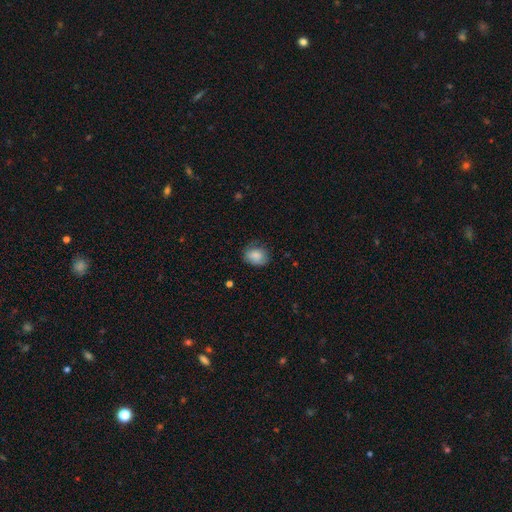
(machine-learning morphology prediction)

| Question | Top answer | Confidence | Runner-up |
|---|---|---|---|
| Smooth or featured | smooth | 82% | featured or disk (10%) |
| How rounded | round | 57% | in between (42%) |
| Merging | none | 68% | minor disturbance (24%) |